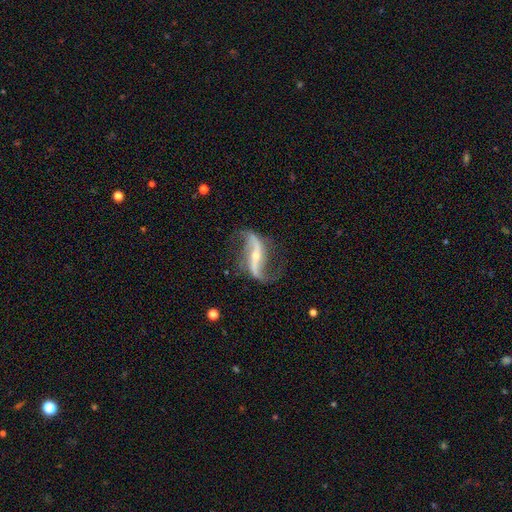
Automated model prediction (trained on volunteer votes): A featured or disk galaxy (91%) with a strong bar (54%), 2 (93%) loose (87%) spiral arms (96%) and a small central bulge (68%). Merging: none (73%).